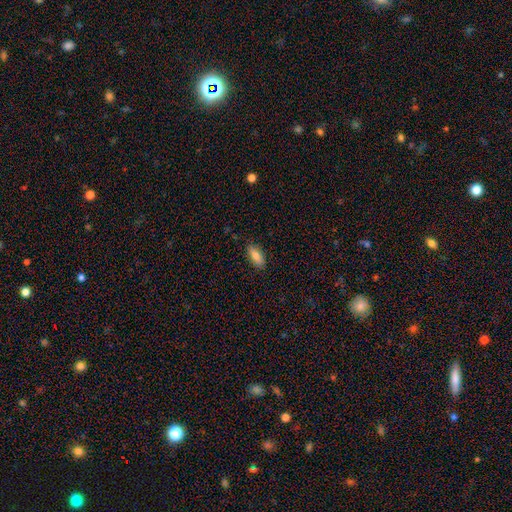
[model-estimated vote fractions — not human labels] Overall: smooth (82%). How rounded: in between (79%). Merging: none (86%).